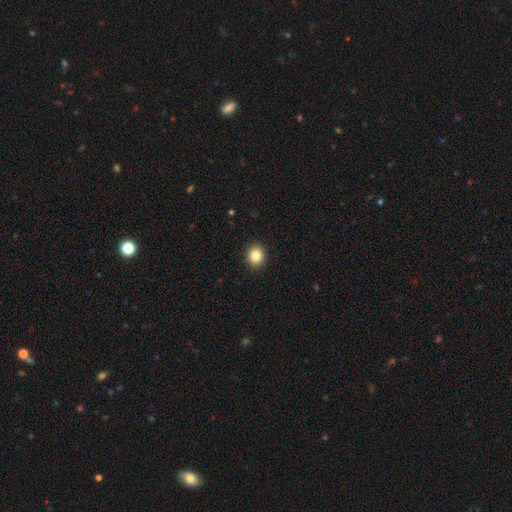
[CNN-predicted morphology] This appears to be a smooth galaxy with no disk features (84%) that is round (72%). Merging: none (92%).